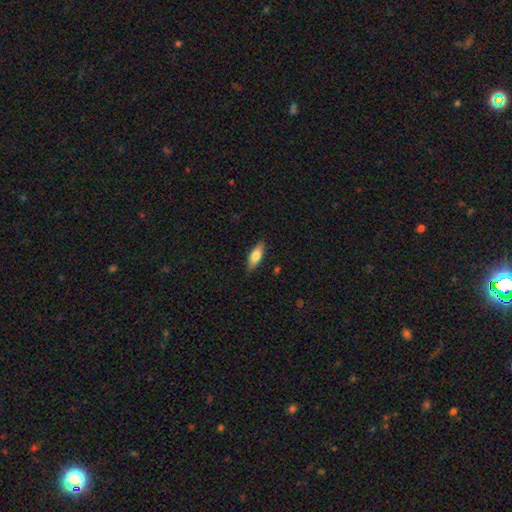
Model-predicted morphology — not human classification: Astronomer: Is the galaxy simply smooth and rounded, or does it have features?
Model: smooth — 73%.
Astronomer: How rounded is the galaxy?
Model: in between — 67%.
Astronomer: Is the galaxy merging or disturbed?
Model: none — 85%.